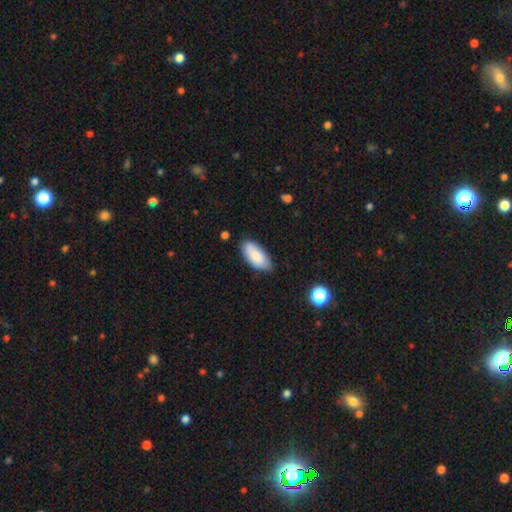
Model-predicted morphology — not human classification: A smooth galaxy with no disk features (84%) that is in between round and cigar-shaped (91%). Merging: none (78%).